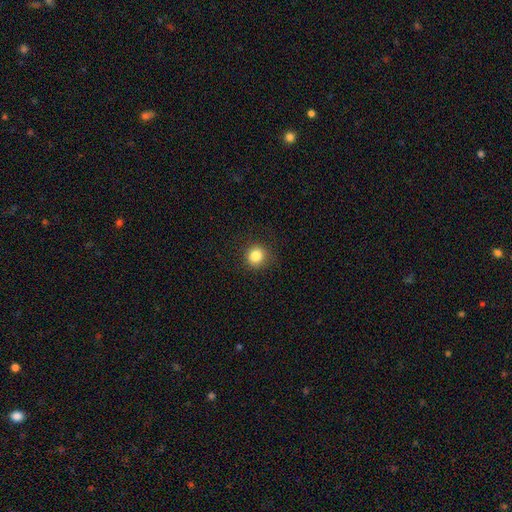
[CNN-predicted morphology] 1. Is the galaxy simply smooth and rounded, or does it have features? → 84% smooth, 11% star or artifact, 5% featured or disk.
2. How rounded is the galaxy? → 92% round, 7% in between, 1% cigar-shaped.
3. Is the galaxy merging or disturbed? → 88% none, 8% minor disturbance, 3% major disturbance, 1% merger.